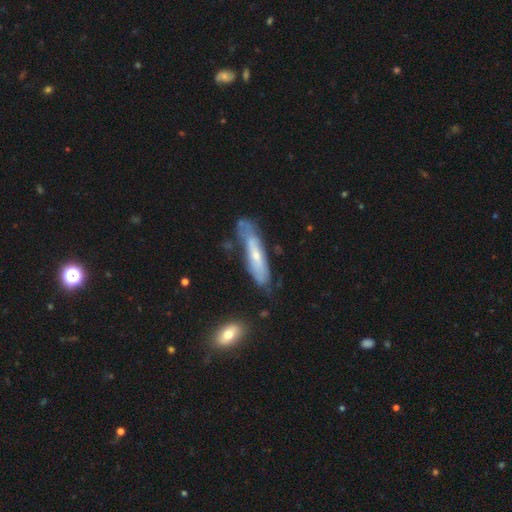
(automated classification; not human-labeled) This appears to be a featured or disk galaxy (54%). Merging: none (54%).